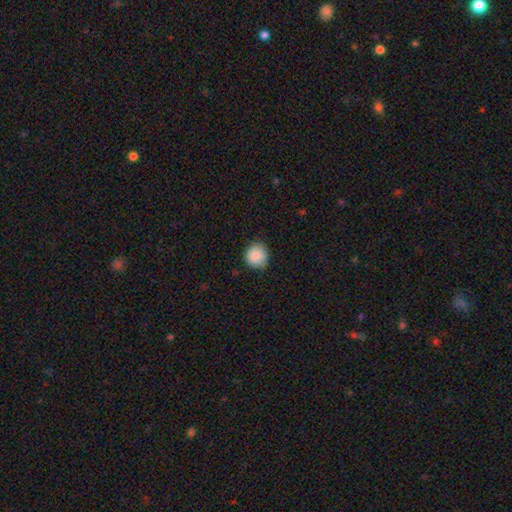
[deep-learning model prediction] smooth 88%, star or artifact 8%, featured or disk 4%. Down the decision tree: how rounded — round (90%); merging — none (79%).